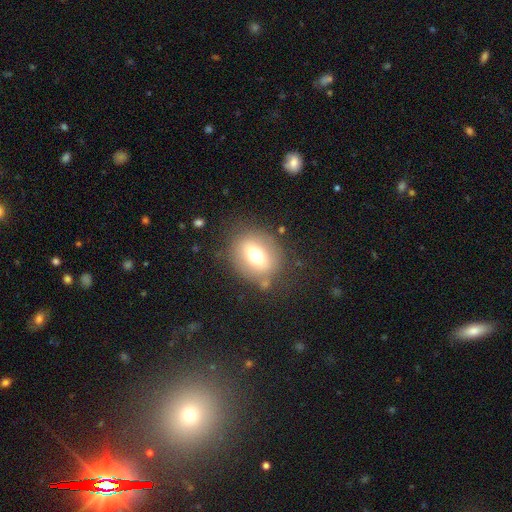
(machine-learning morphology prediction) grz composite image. It shows a smooth galaxy with no disk features (64%) that is round (59%). Merging: none (76%).